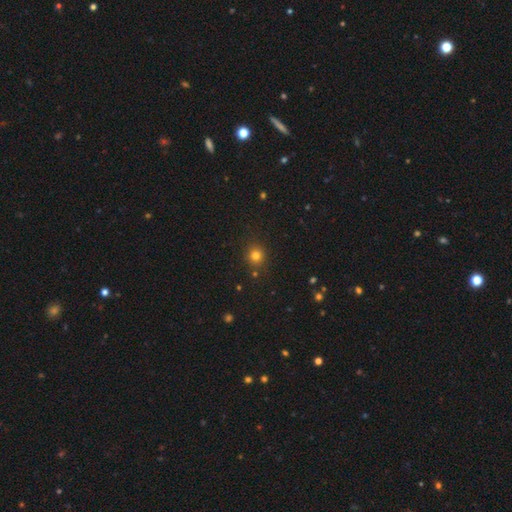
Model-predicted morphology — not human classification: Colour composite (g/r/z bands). It shows a smooth galaxy with no disk features (78%) that is round (88%). Merging: none (86%).